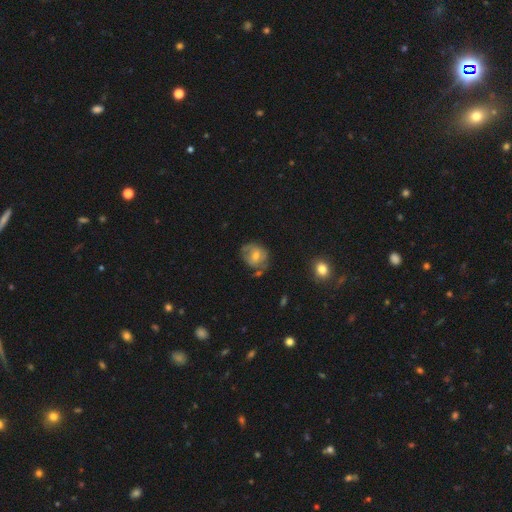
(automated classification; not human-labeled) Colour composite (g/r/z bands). It shows a featured or disk galaxy (48%). Merging: none (55%).